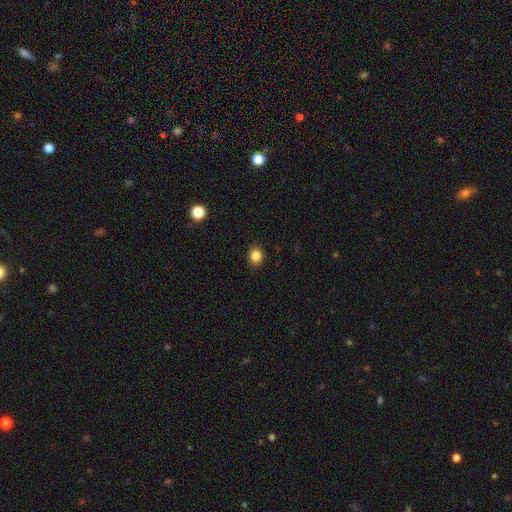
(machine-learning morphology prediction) Smooth or featured: smooth — 84% (star or artifact — 11%)
How rounded: round — 71% (in between — 28%)
Merging: none — 89% (minor disturbance — 8%)